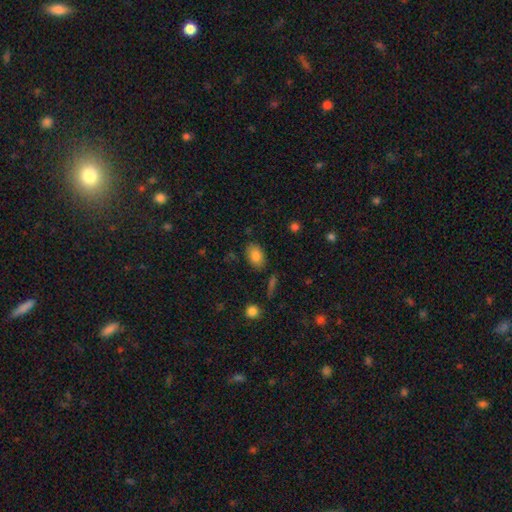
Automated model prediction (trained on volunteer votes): smooth-or-featured: smooth: 83% | star or artifact: 8% | featured or disk: 8%
  how-rounded: in between: 87% | round: 12% | cigar-shaped: 2%
  merging: none: 81% | minor disturbance: 13% | major disturbance: 3% | merger: 3%